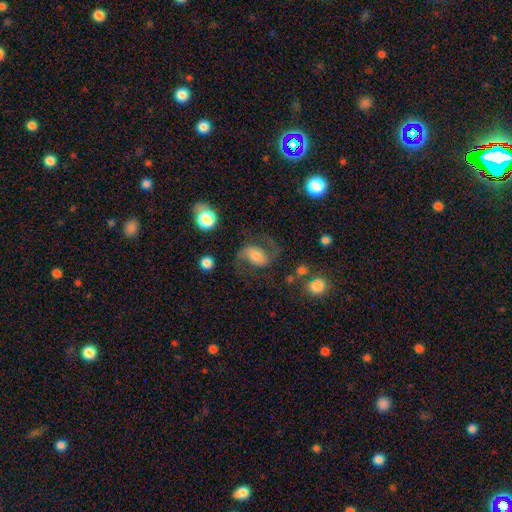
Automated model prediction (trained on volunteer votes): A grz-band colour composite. It shows a featured or disk galaxy (77%) with a weak bar (40%), 2 (93%) medium (51%) spiral arms (95%) and a moderate central bulge (54%). Merging: none (70%).